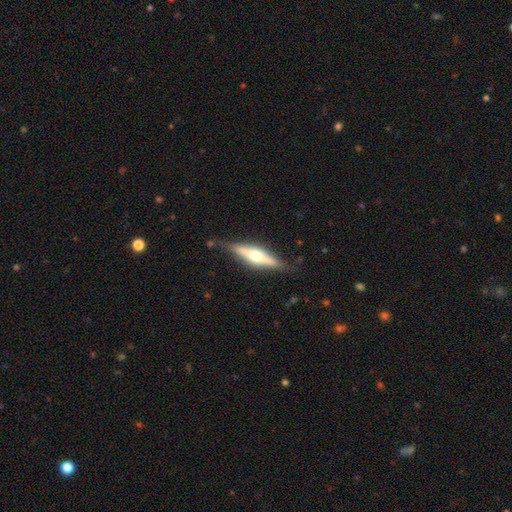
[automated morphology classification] smooth-or-featured: featured or disk: 63% | smooth: 31% | star or artifact: 6%
  disk-edge-on: yes: 93% | no: 7%
    edge-on-bulge: rounded: 89% | boxy: 8% | none: 4%
  merging: none: 81% | minor disturbance: 14% | major disturbance: 4% | merger: 2%